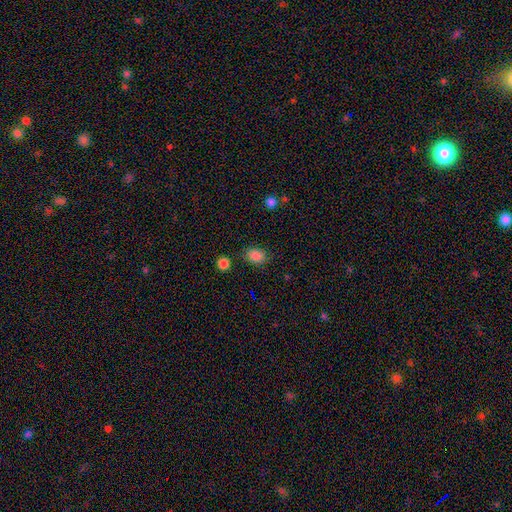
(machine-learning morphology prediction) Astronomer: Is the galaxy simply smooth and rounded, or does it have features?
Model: smooth — 86%.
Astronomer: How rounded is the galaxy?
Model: in between — 66%.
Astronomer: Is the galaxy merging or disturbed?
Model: none — 81%.